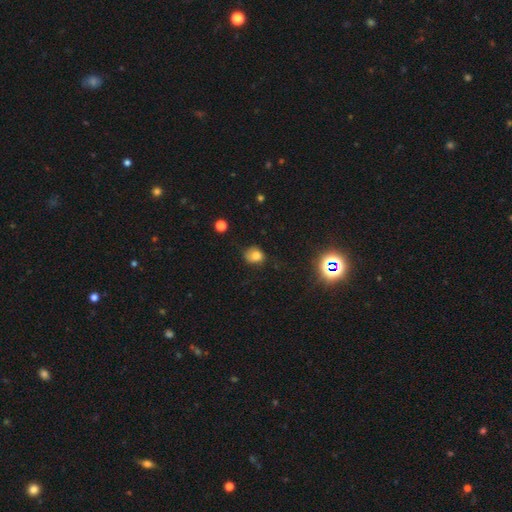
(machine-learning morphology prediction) Smooth or featured? Predicted: smooth (p=0.75). How rounded? Predicted: round (p=0.59). Merging? Predicted: none (p=0.56).